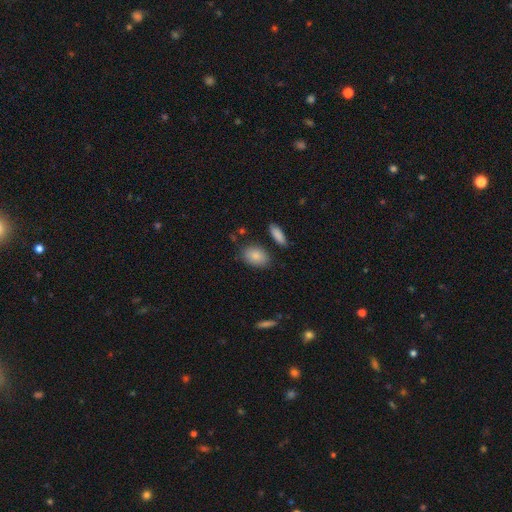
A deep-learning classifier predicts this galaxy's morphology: A smooth galaxy with no disk features (85%) that is in between round and cigar-shaped (85%). Merging: none (79%).